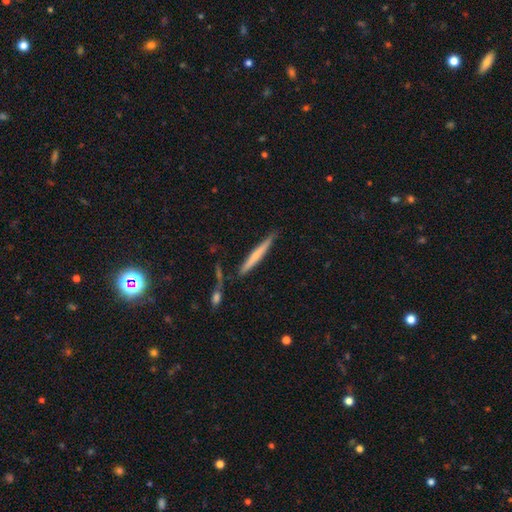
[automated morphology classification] Smooth or featured? smooth (52%)
How rounded? cigar-shaped (95%)
Merging? none (76%)